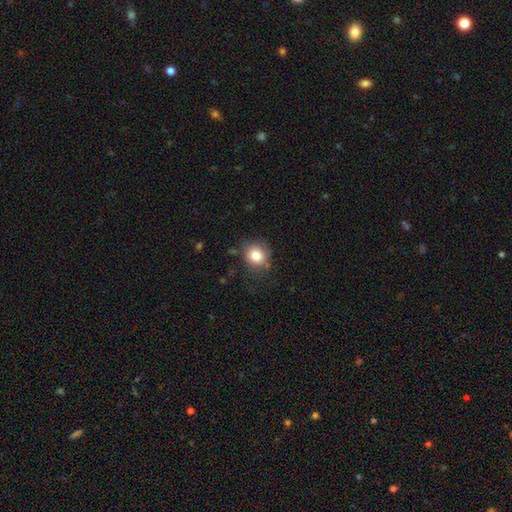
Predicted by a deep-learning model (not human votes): Overall: smooth (82%). How rounded: round (77%). Merging: none (74%).